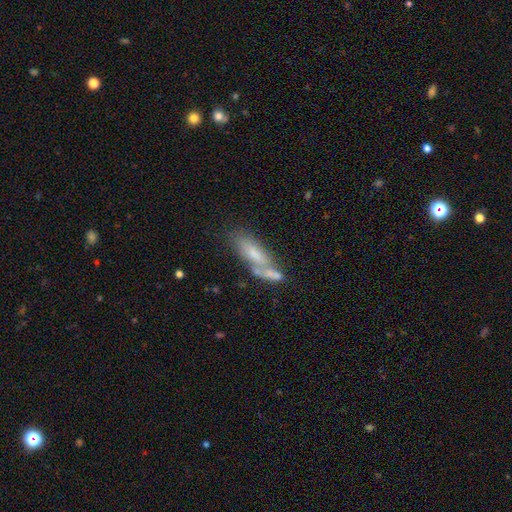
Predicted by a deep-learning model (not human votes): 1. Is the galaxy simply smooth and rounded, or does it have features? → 54% smooth, 37% featured or disk, 9% star or artifact.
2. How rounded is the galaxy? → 51% in between, 46% cigar-shaped, 3% round.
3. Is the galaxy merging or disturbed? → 37% none, 35% merger, 17% minor disturbance, 11% major disturbance.